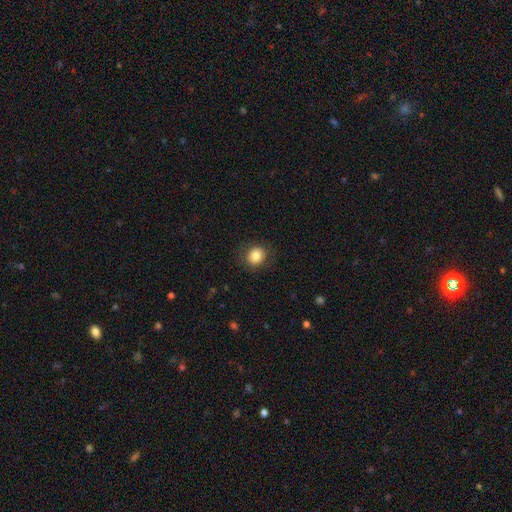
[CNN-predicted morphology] smooth_or_featured: smooth (p=0.82) [alt: star or artifact p=0.10]
how_rounded: round (p=0.78) [alt: in between p=0.21]
merging: none (p=0.86) [alt: minor disturbance p=0.10]